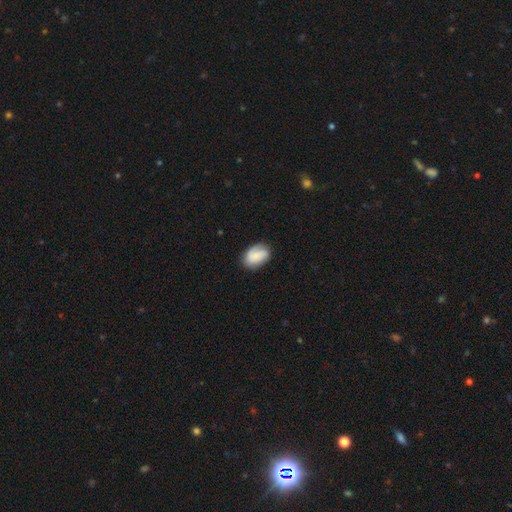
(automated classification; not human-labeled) smooth_or_featured: smooth (p=0.73) [alt: featured or disk p=0.20]
how_rounded: in between (p=0.85) [alt: round p=0.14]
merging: none (p=0.74) [alt: minor disturbance p=0.20]